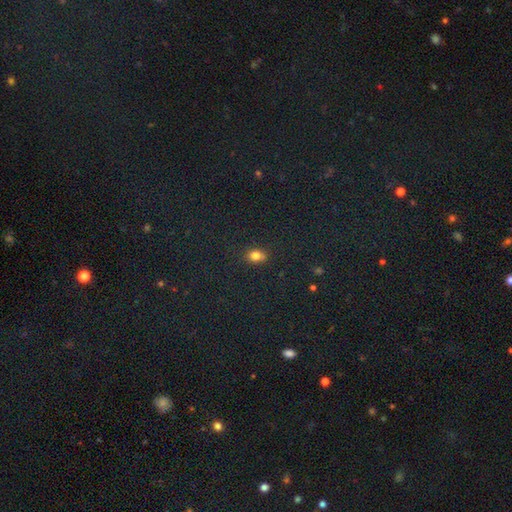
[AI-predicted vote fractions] The model was most divided on "how rounded": in between: 63%, round: 34%, cigar-shaped: 3%. More confident: smooth or featured — smooth (79%); merging — none (78%).